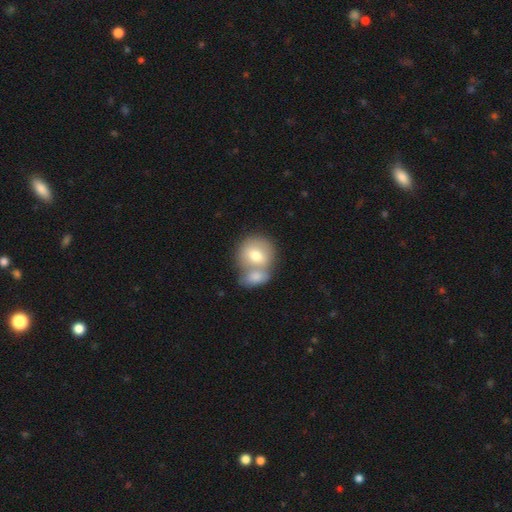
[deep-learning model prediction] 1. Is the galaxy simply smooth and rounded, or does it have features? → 70% smooth, 23% featured or disk, 7% star or artifact.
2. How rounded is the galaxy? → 76% round, 23% in between, 1% cigar-shaped.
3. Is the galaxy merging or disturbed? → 61% merger, 28% none, 7% minor disturbance, 3% major disturbance.